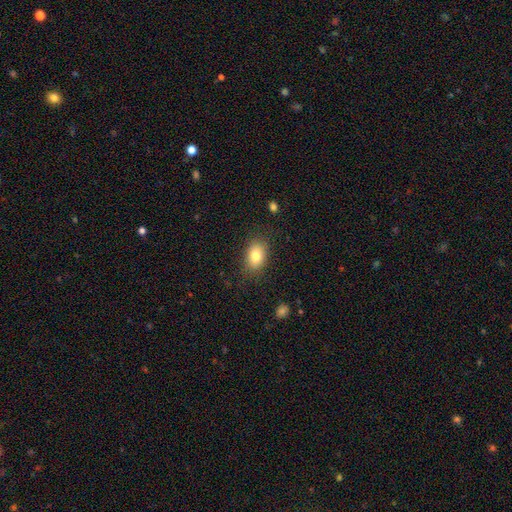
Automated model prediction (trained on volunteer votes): smooth 80%, featured or disk 11%, star or artifact 9%. Down the decision tree: how rounded — in between (82%); merging — none (83%).